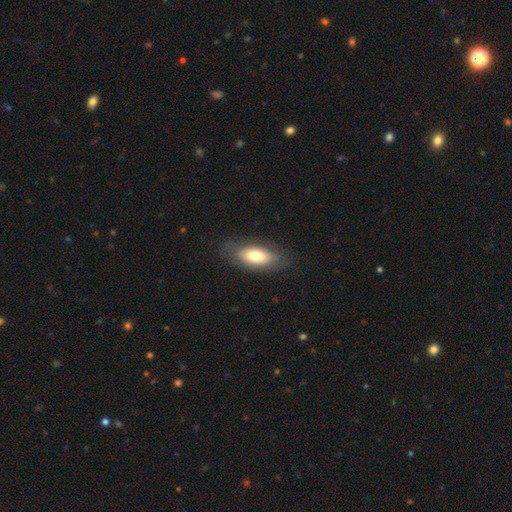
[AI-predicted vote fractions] A smooth galaxy with no disk features (73%) that is in between round and cigar-shaped (83%).

Vote fractions:
- Smooth or featured? smooth: 73% / featured or disk: 20% / star or artifact: 6%
- How rounded? in between: 83% / cigar-shaped: 14% / round: 3%
- Merging? none: 80% / minor disturbance: 14% / major disturbance: 5% / merger: 1%